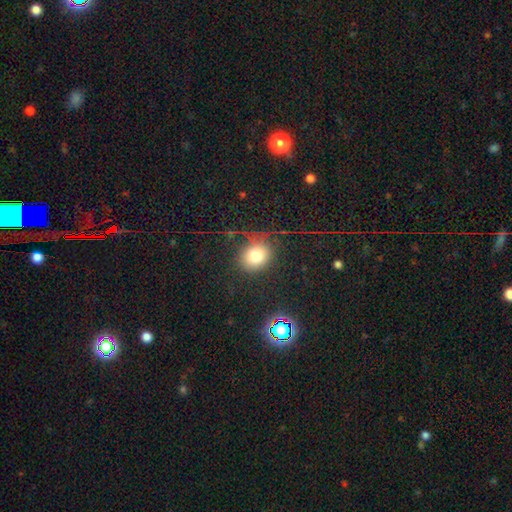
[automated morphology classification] Smooth or featured?
  - smooth: 75% *
  - star or artifact: 16%
  - featured or disk: 10%
How rounded?
  - round: 74% *
  - in between: 25%
  - cigar-shaped: 1%
Merging?
  - none: 74% *
  - minor disturbance: 15%
  - major disturbance: 9%
  - merger: 2%